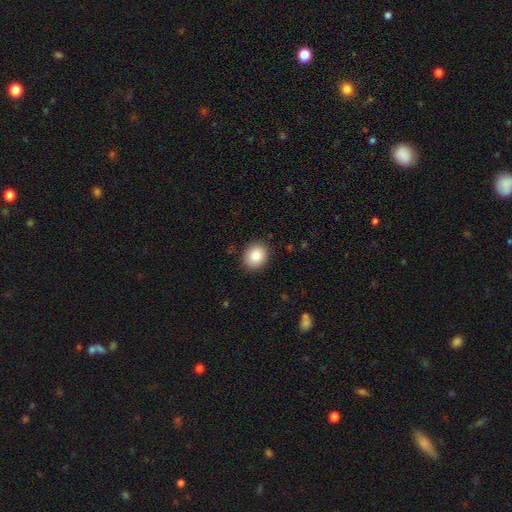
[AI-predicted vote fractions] This is clearly a smooth galaxy (86%). How rounded: likely round (61%). Merging: clearly none (89%).